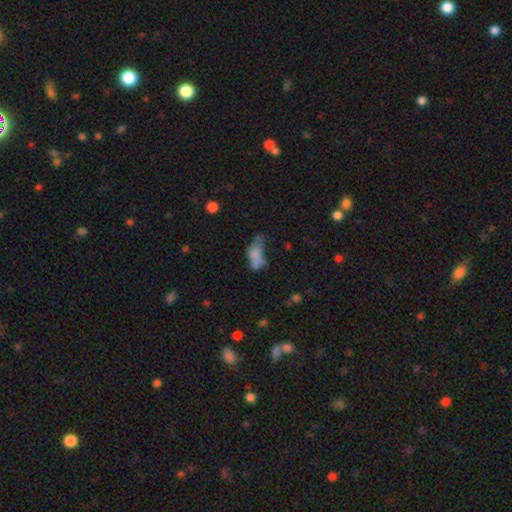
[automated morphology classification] This is possibly a smooth galaxy (59%). How rounded: clearly in between (83%). Merging: marginally merger (30%).